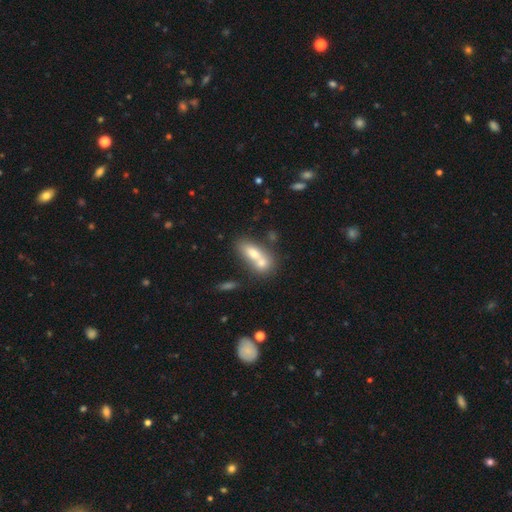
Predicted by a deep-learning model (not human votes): smooth_or_featured: smooth (p=0.67) [alt: featured or disk p=0.25]
how_rounded: in between (p=0.70) [alt: cigar-shaped p=0.18]
merging: merger (p=0.64) [alt: none p=0.25]